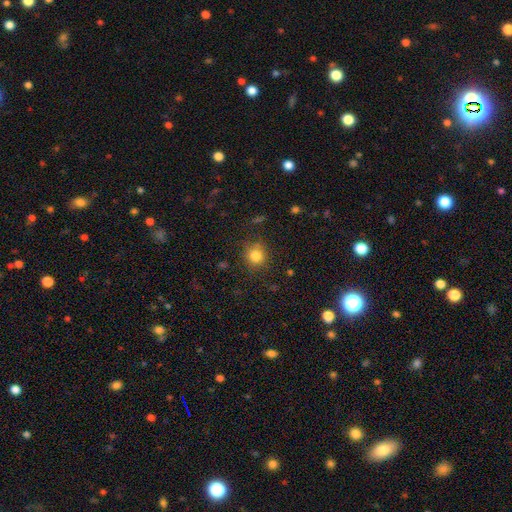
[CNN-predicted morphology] smooth 81%, star or artifact 12%, featured or disk 6%. Down the decision tree: how rounded — round (88%); merging — none (83%).